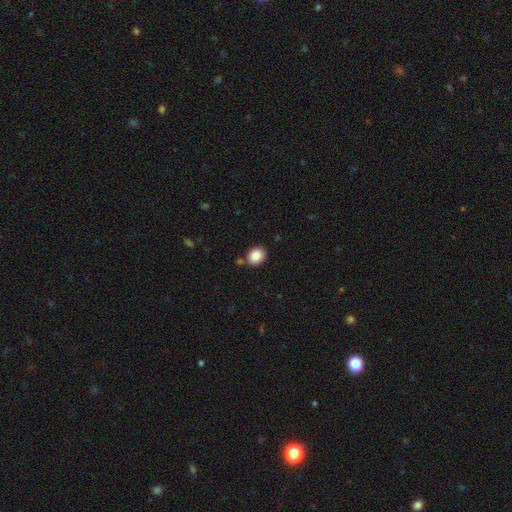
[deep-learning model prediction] Morphology: type=smooth (88%); roundness=round (58%); merging=none (80%).